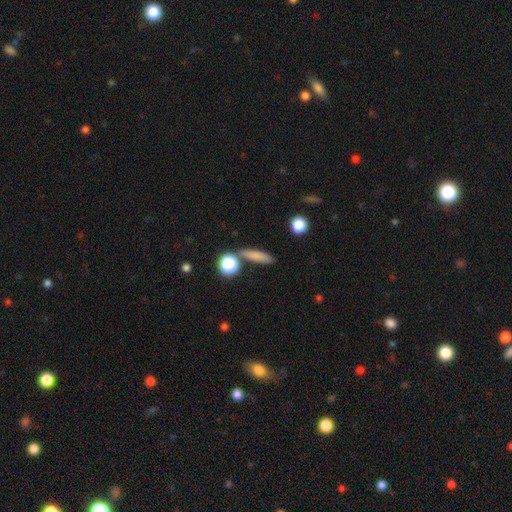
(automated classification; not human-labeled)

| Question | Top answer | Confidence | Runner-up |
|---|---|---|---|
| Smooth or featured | smooth | 77% | featured or disk (12%) |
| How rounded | cigar-shaped | 68% | in between (22%) |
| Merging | none | 78% | minor disturbance (11%) |